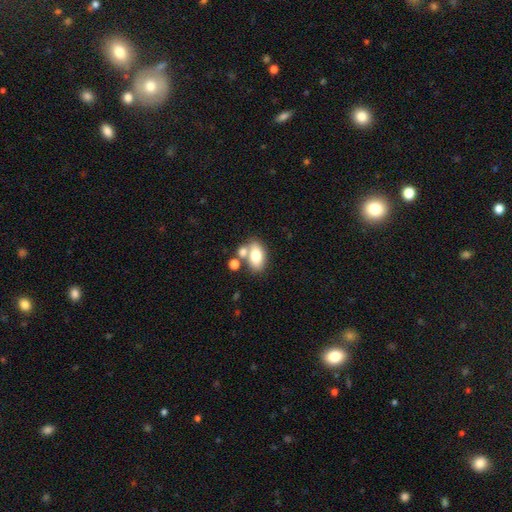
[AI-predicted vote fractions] The model was most divided on "merging": none: 54%, merger: 30%, minor disturbance: 12%, major disturbance: 4%. More confident: how rounded — in between (88%); smooth or featured — smooth (75%).